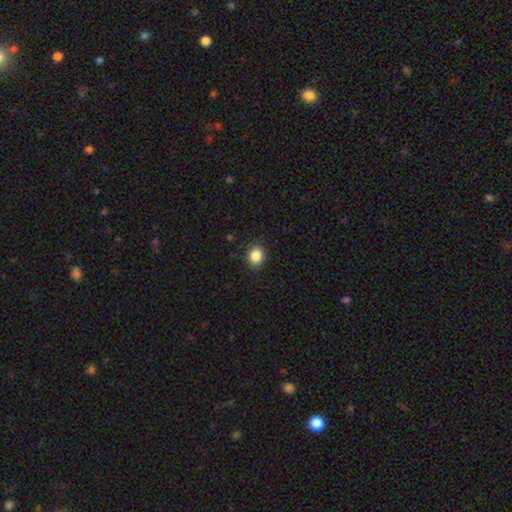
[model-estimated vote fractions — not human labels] Smooth or featured: smooth — 86% (star or artifact — 10%)
How rounded: round — 69% (in between — 30%)
Merging: none — 90% (minor disturbance — 7%)